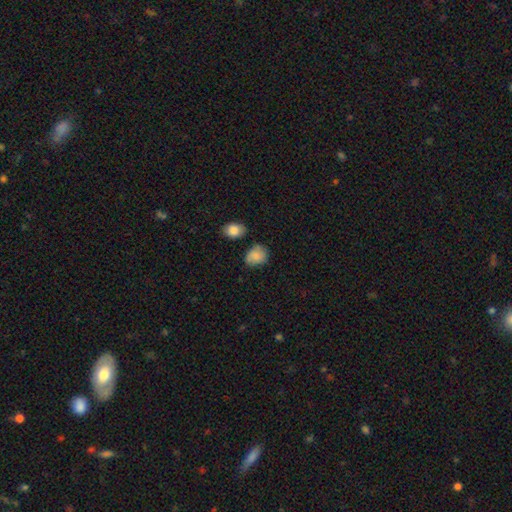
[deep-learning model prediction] This appears to be a smooth galaxy with no disk features (79%) that is round (51%). Merging: none (59%).